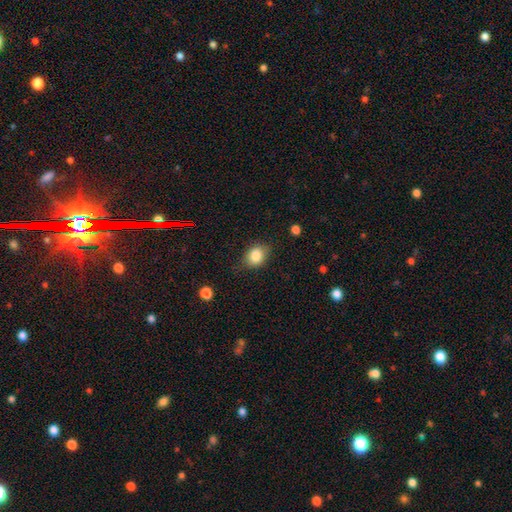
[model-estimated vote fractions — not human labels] smooth_or_featured: smooth (p=0.83) [alt: star or artifact p=0.09]
how_rounded: in between (p=0.59) [alt: round p=0.39]
merging: none (p=0.73) [alt: minor disturbance p=0.21]